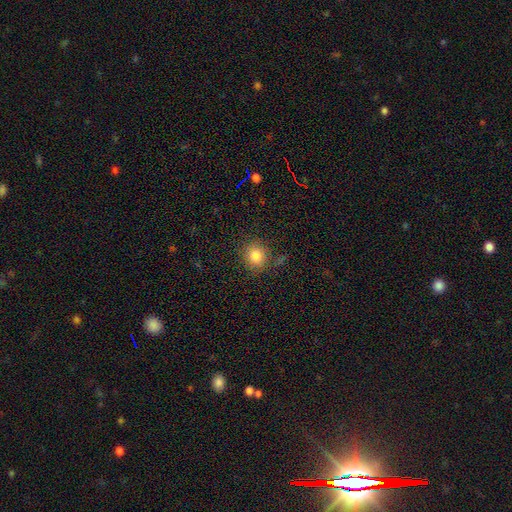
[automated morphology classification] type=smooth (83%); roundness=round (82%); merging=none (85%).